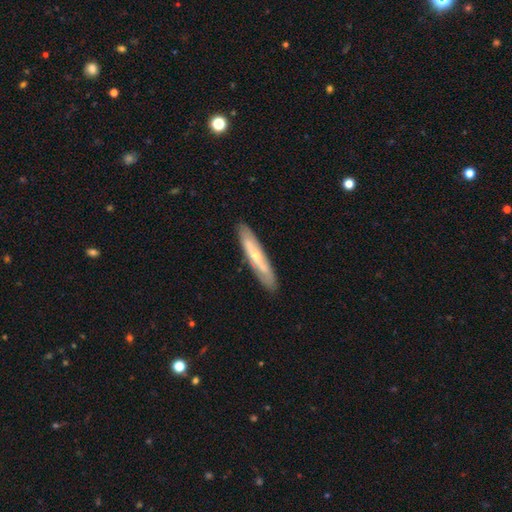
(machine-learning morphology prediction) Smooth or featured?
  - featured or disk: 54% *
  - smooth: 40%
  - star or artifact: 6%
Edge-on disk?
  - yes: 62% *
  - no: 38%
Merging?
  - none: 87% *
  - minor disturbance: 10%
  - major disturbance: 2%
  - merger: 1%